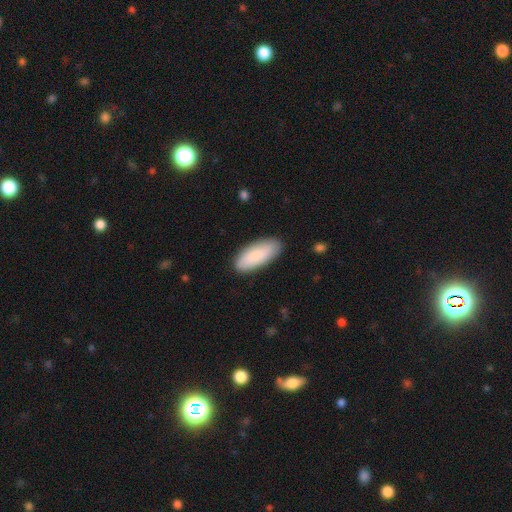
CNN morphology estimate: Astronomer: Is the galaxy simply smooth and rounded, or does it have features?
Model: smooth — 86%.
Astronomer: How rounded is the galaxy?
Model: in between — 78%.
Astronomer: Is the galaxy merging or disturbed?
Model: none — 88%.